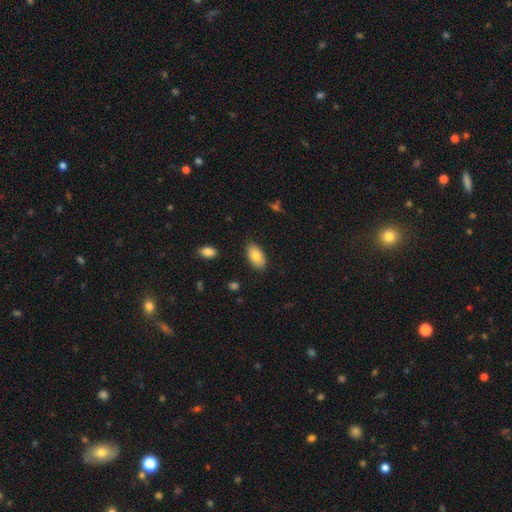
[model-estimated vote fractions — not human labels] Smooth or featured? Predicted: smooth (p=0.81). How rounded? Predicted: in between (p=0.94). Merging? Predicted: none (p=0.85).